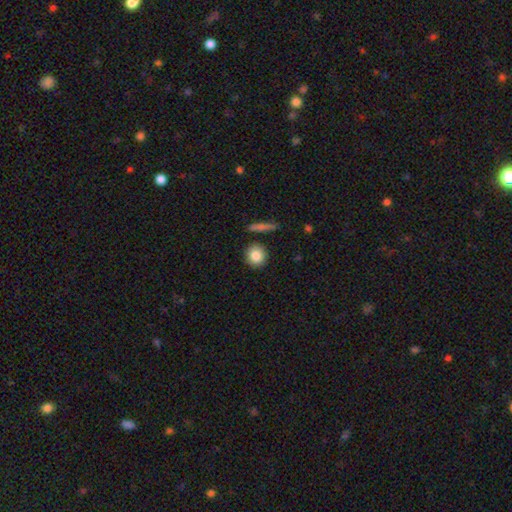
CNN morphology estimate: A smooth galaxy with no disk features (84%) that is round (89%).

Vote fractions:
- Smooth or featured? smooth: 84% / featured or disk: 8% / star or artifact: 8%
- How rounded? round: 89% / in between: 9% / cigar-shaped: 2%
- Merging? none: 85% / minor disturbance: 9% / merger: 4% / major disturbance: 2%